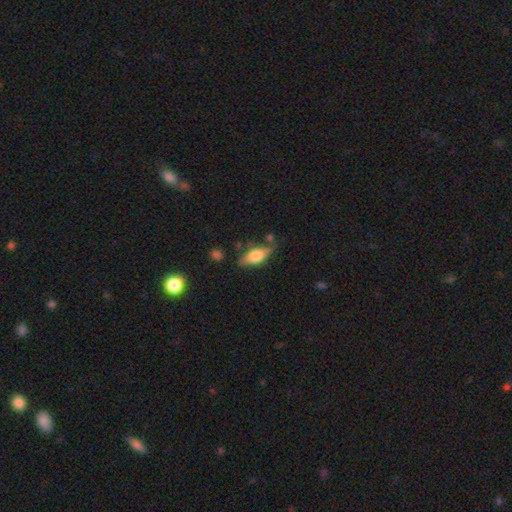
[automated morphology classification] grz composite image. It shows a smooth galaxy with no disk features (60%) that is in between round and cigar-shaped (73%). Merging: none (64%).